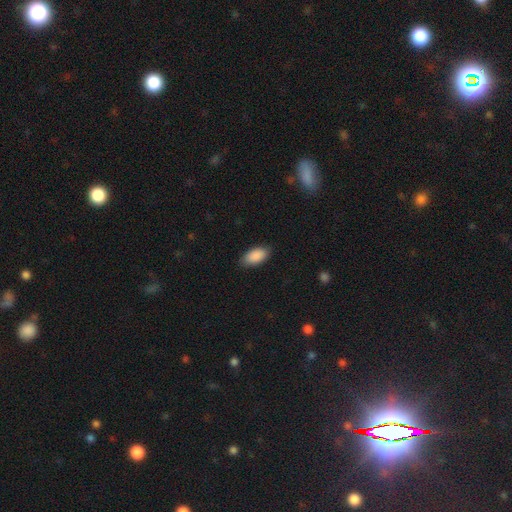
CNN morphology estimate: Q: Smooth or featured?
A: smooth (90%); runner-up: star or artifact (6%)
Q: How rounded?
A: in between (94%); runner-up: cigar-shaped (4%)
Q: Merging?
A: none (84%); runner-up: minor disturbance (12%)